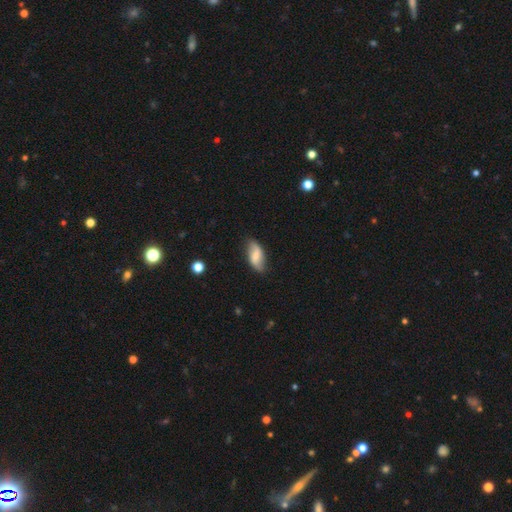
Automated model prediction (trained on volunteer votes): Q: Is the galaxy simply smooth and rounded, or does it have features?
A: smooth — 54%.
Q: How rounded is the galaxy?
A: in between — 87%.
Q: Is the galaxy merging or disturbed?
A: none — 76%.